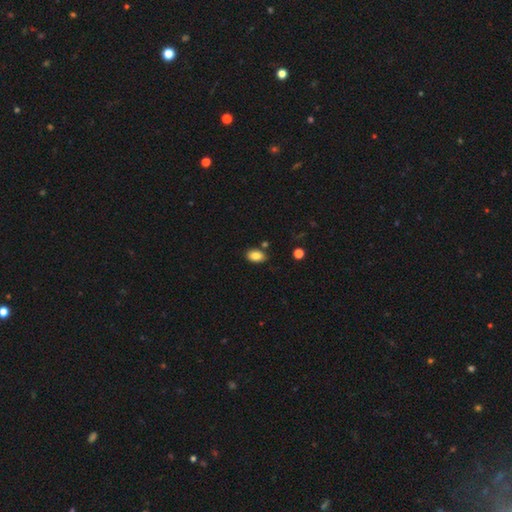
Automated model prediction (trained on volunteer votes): A smooth galaxy with no disk features (85%) that is in between round and cigar-shaped (89%). Merging: none (80%).